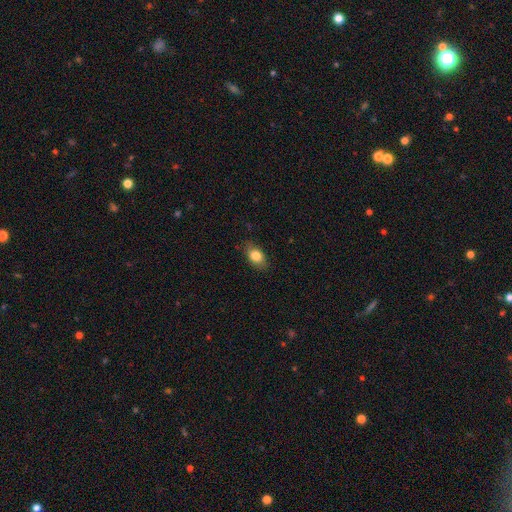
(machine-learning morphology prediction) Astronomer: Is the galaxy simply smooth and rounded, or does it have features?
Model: smooth — 82%.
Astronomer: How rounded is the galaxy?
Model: in between — 82%.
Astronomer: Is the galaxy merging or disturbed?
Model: none — 81%.